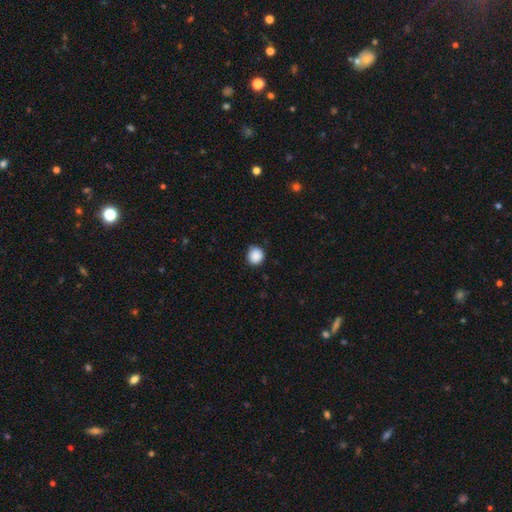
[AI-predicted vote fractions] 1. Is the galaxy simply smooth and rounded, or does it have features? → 89% smooth, 9% star or artifact, 3% featured or disk.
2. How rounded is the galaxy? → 88% round, 11% in between, 1% cigar-shaped.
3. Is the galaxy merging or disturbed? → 87% none, 10% minor disturbance, 2% major disturbance, 1% merger.